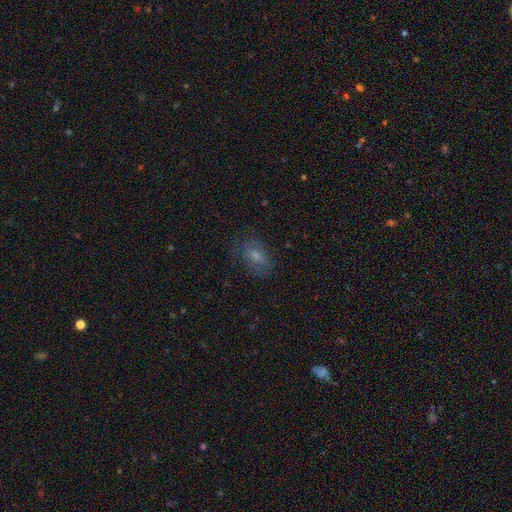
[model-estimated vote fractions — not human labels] Q: Smooth or featured?
A: smooth (64%); runner-up: featured or disk (22%)
Q: How rounded?
A: in between (81%); runner-up: round (14%)
Q: Merging?
A: none (69%); runner-up: minor disturbance (20%)